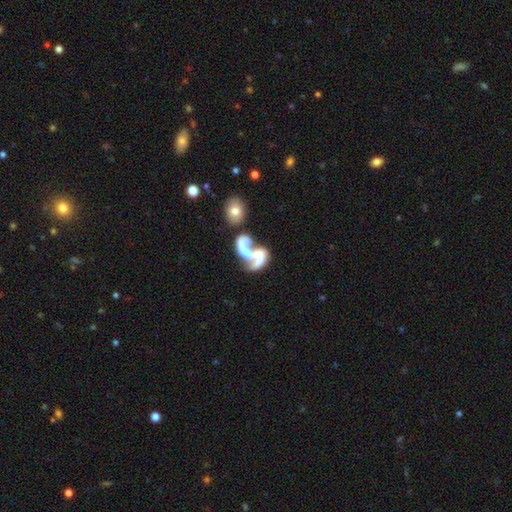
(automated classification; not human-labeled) Overall: featured or disk (78%). Edge-on disk: no (97%). Bar: no (53%; weak 29%). Spiral arms: yes (80%). Spiral arm count: 2 (78%). Spiral winding: loose (71%). Bulge size: none (41%; small 27%). Merging: merger (49%; major disturbance 22%).